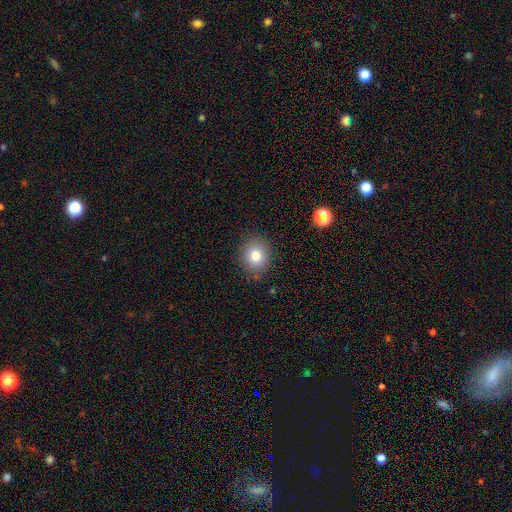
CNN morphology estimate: A smooth galaxy with no disk features (79%) that is round (75%). Merging: none (86%).